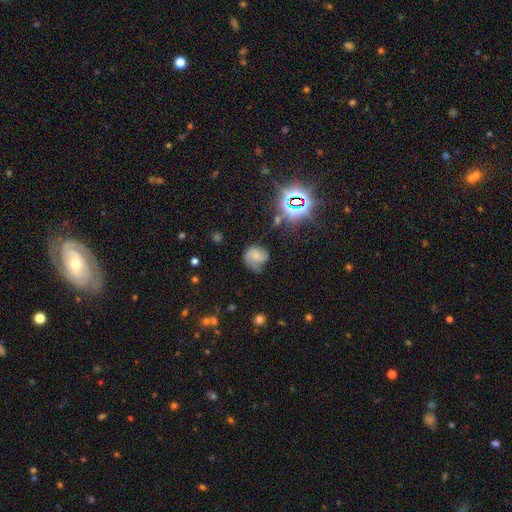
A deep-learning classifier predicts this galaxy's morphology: Q: Smooth or featured?
A: smooth (45%); runner-up: featured or disk (39%)
Q: Merging?
A: none (42%); runner-up: minor disturbance (33%)